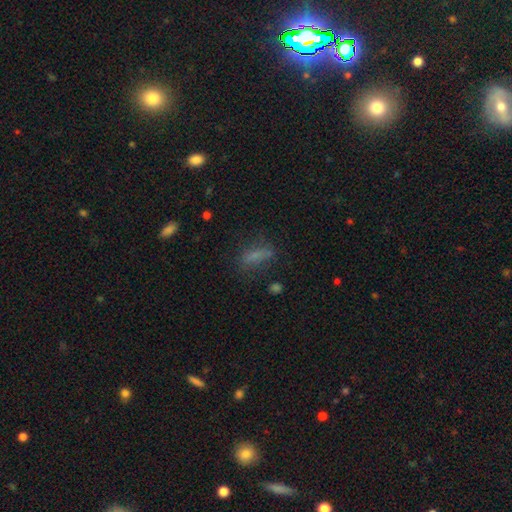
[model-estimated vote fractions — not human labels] Morphology: type=smooth (66%); roundness=in between (53%); merging=none (66%).